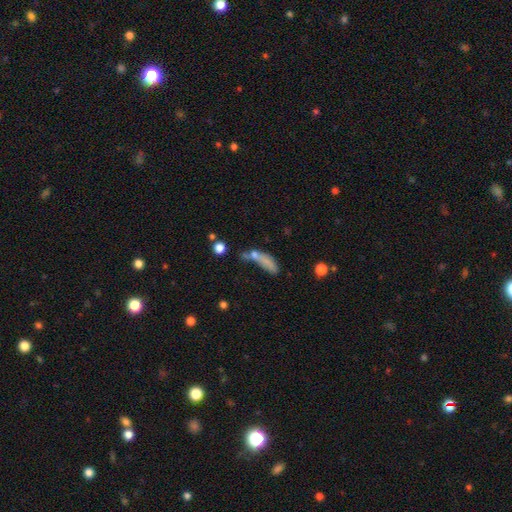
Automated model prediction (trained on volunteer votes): A smooth galaxy with no disk features (68%) that is cigar-shaped (53%). Merging: none (30%).